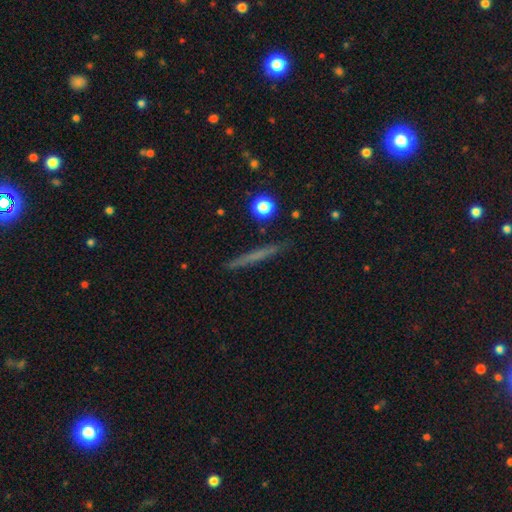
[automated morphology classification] Smooth or featured?
  - smooth: 49% *
  - featured or disk: 42%
  - star or artifact: 9%
Merging?
  - none: 90% *
  - minor disturbance: 7%
  - major disturbance: 2%
  - merger: 1%